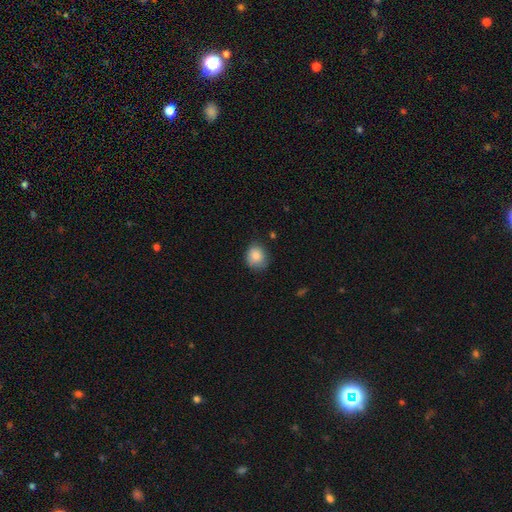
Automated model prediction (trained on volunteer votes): Smooth or featured? smooth (85%)
How rounded? round (68%)
Merging? none (70%)